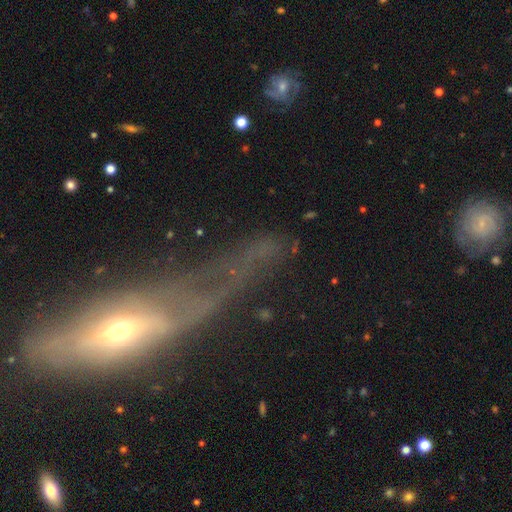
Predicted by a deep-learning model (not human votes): Smooth or featured?
  - featured or disk: 58% *
  - smooth: 25%
  - star or artifact: 17%
Edge-on disk?
  - no: 53% *
  - yes: 47%
Merging?
  - major disturbance: 39% *
  - none: 36%
  - minor disturbance: 19%
  - merger: 7%